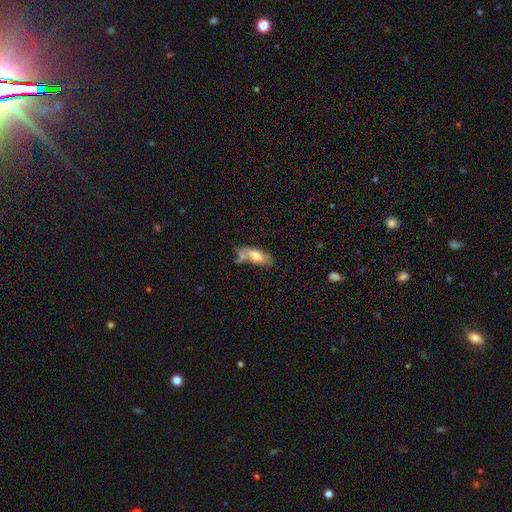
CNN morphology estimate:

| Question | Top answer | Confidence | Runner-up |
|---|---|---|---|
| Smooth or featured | smooth | 63% | featured or disk (30%) |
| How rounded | in between | 79% | cigar-shaped (18%) |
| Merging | none | 52% | minor disturbance (21%) |